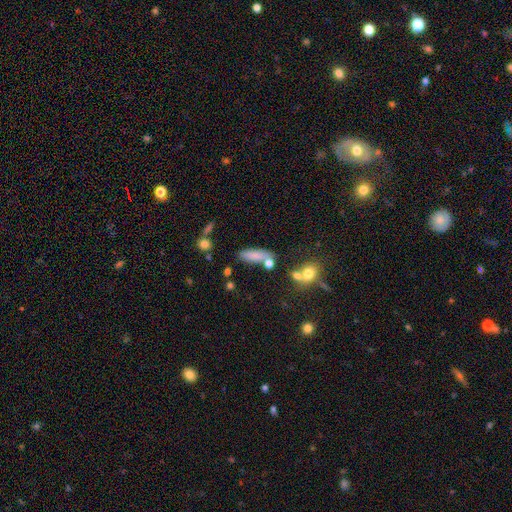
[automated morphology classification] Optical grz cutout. It shows a smooth galaxy with no disk features (79%) that is in between round and cigar-shaped (53%). Merging: none (60%).